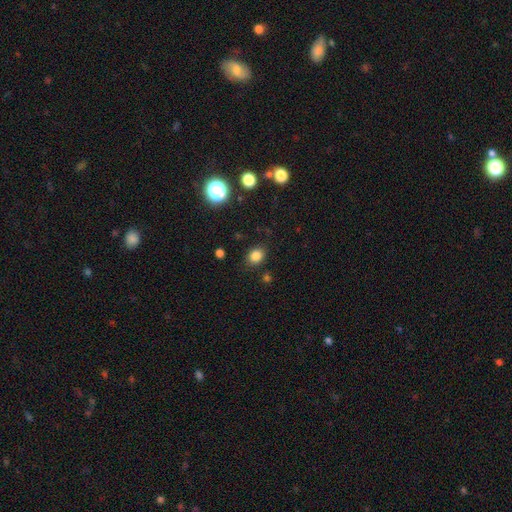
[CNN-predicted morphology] smooth-or-featured: smooth: 82% | star or artifact: 13% | featured or disk: 5%
  how-rounded: round: 56% | in between: 43% | cigar-shaped: 1%
  merging: none: 86% | minor disturbance: 9% | major disturbance: 3% | merger: 2%